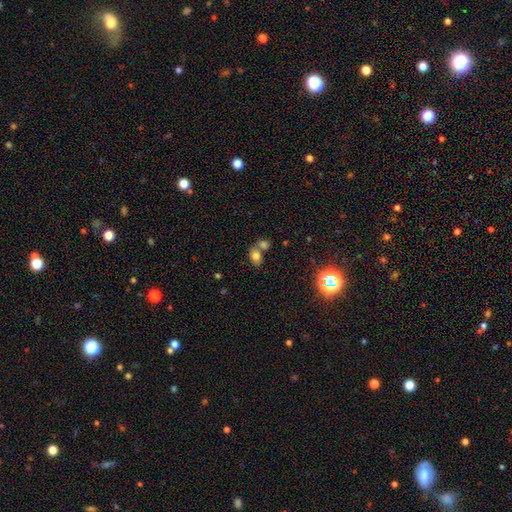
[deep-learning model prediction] This is likely a smooth galaxy (75%). How rounded: likely in between (69%). Merging: possibly merger (46%).